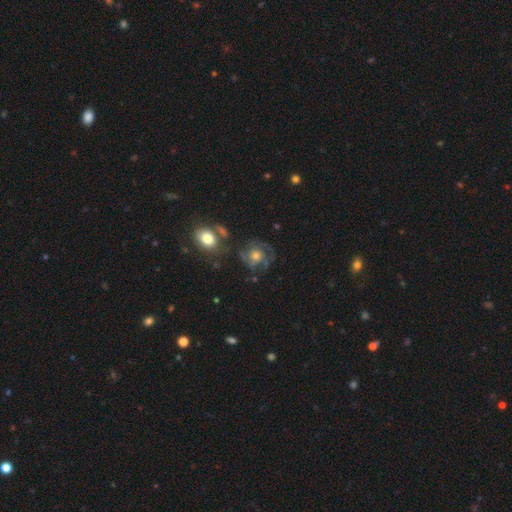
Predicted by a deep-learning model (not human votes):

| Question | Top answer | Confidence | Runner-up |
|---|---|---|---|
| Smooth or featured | featured or disk | 74% | smooth (17%) |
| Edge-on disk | no | 98% | yes (2%) |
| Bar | no | 79% | weak (18%) |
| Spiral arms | yes | 88% | no (12%) |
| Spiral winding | tight | 47% | medium (41%) |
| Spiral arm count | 2 | 45% | can't tell (21%) |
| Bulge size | moderate | 60% | small (19%) |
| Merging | none | 63% | minor disturbance (18%) |